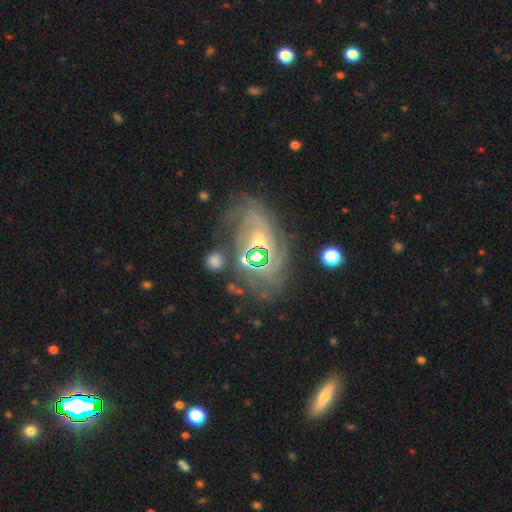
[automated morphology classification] Smooth or featured?
  - featured or disk: 72% *
  - star or artifact: 16%
  - smooth: 12%
Edge-on disk?
  - no: 93% *
  - yes: 7%
Bar?
  - no: 50% *
  - weak: 34%
  - strong: 16%
Spiral arms?
  - yes: 73% *
  - no: 27%
Bulge size?
  - moderate: 52% *
  - small: 25%
  - large: 13%
  - none: 7%
  - dominant: 3%
Merging?
  - none: 42% *
  - major disturbance: 24%
  - minor disturbance: 17%
  - merger: 17%